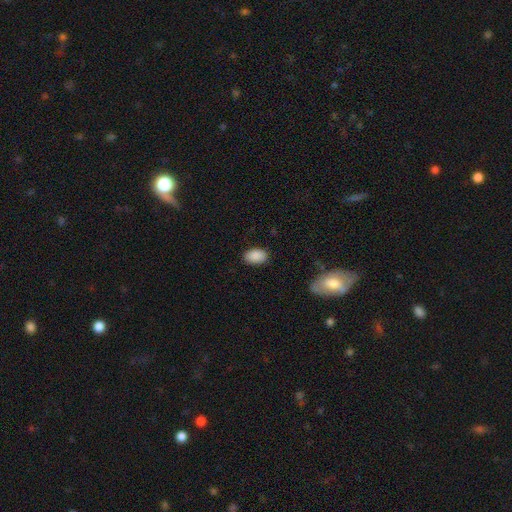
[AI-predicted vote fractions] smooth 89%, star or artifact 8%, featured or disk 4%. Down the decision tree: how rounded — in between (90%); merging — none (86%).